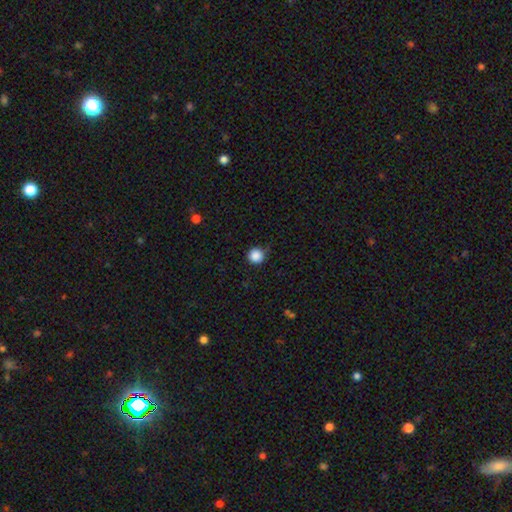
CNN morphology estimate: This is clearly a smooth galaxy (87%). How rounded: clearly round (96%). Merging: clearly none (84%).